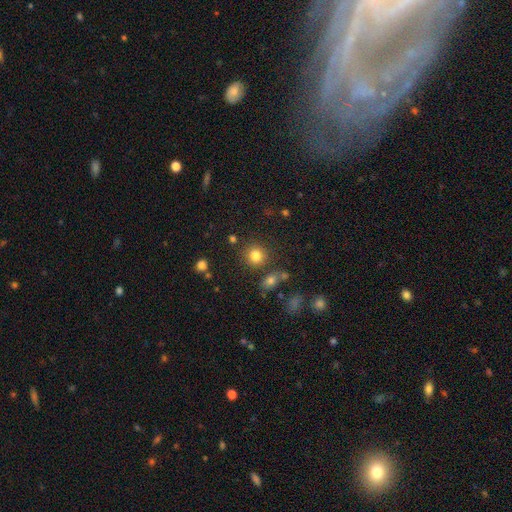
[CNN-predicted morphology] smooth_or_featured: smooth (p=0.81) [alt: star or artifact p=0.12]
how_rounded: round (p=0.88) [alt: in between p=0.11]
merging: none (p=0.82) [alt: minor disturbance p=0.09]